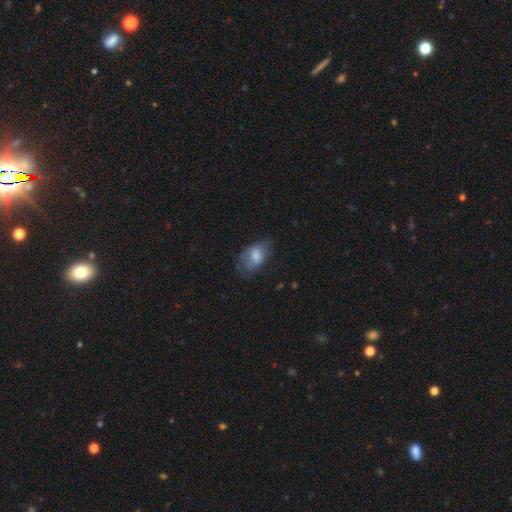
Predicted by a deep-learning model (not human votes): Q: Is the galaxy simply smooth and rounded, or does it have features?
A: smooth — 67%.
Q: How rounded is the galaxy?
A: in between — 87%.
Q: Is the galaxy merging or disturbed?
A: none — 48%.